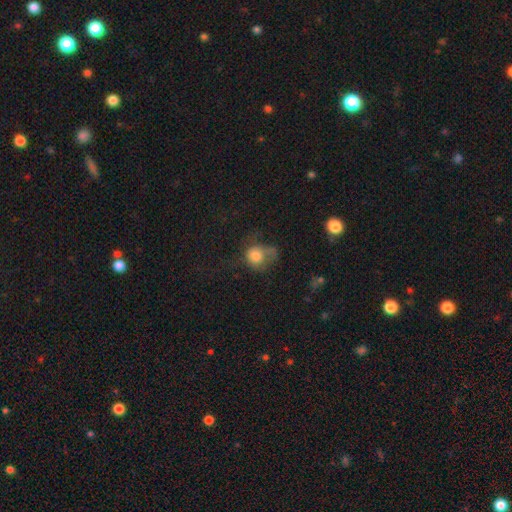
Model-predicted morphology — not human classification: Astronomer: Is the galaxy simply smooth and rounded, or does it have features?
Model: smooth — 69%.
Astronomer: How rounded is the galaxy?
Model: round — 63%.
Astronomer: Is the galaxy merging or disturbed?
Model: major disturbance — 42% (runner-up: none, 29%).